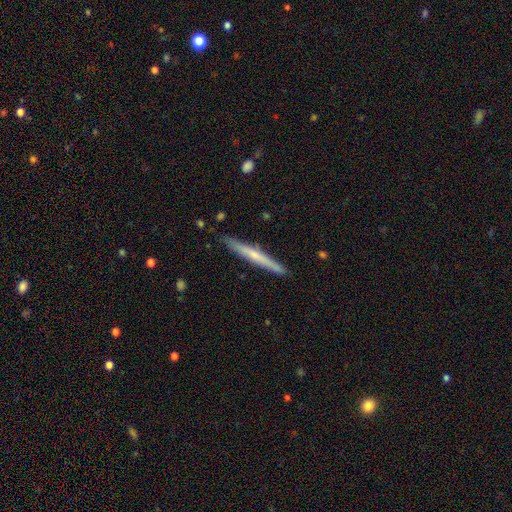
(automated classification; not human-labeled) Smooth or featured: featured or disk — 54% (smooth — 41%)
Edge-on disk: yes — 96% (no — 4%)
Edge-on bulge: rounded — 50% (none — 45%)
Merging: none — 89% (minor disturbance — 8%)